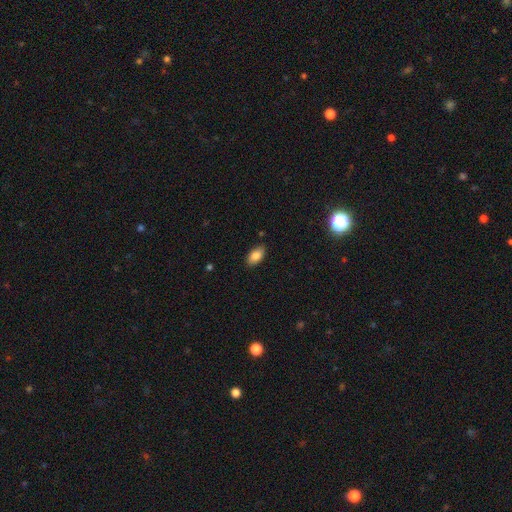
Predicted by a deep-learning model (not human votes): Q: Smooth or featured?
A: smooth (85%); runner-up: featured or disk (8%)
Q: How rounded?
A: in between (93%); runner-up: round (4%)
Q: Merging?
A: none (86%); runner-up: minor disturbance (10%)